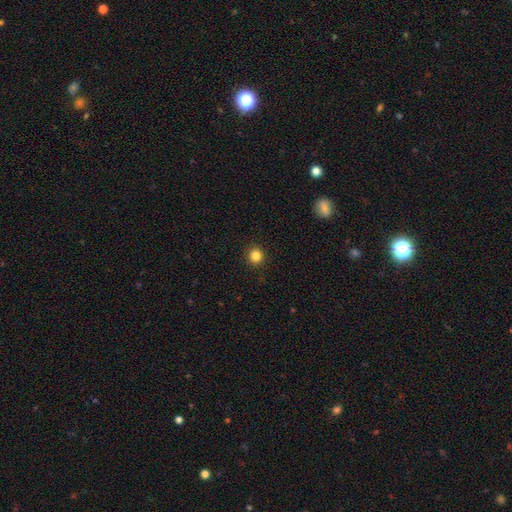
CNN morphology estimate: This appears to be a smooth galaxy with no disk features (84%) that is round (91%). Merging: none (92%).